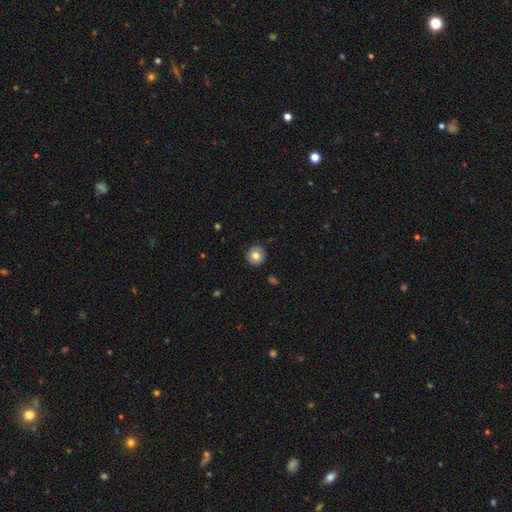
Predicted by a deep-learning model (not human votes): Smooth or featured? smooth (72%)
How rounded? round (91%)
Merging? none (88%)